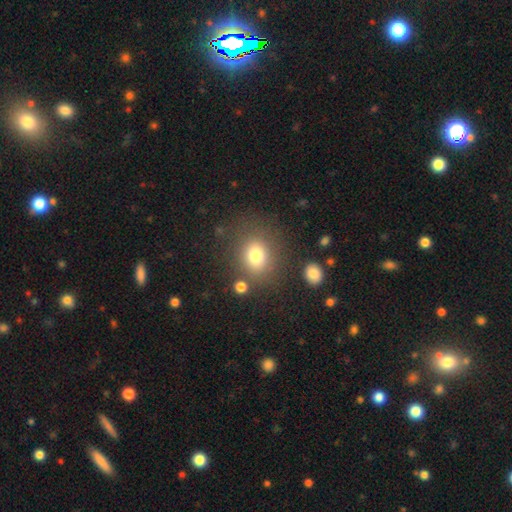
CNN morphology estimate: smooth 77%, star or artifact 13%, featured or disk 10%. Down the decision tree: how rounded — round (66%); merging — none (75%).